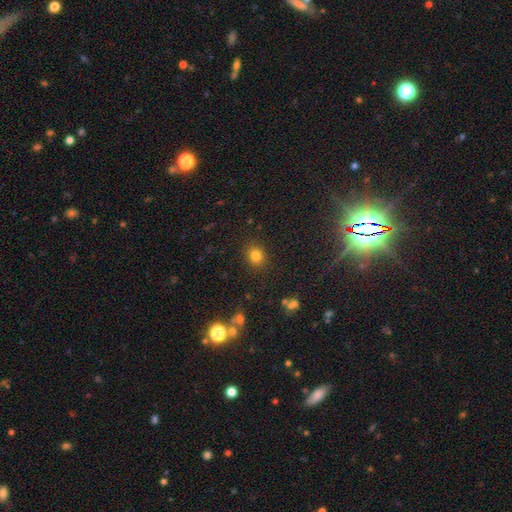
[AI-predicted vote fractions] This appears to be a smooth galaxy with no disk features (80%) that is round (74%). Merging: none (87%).